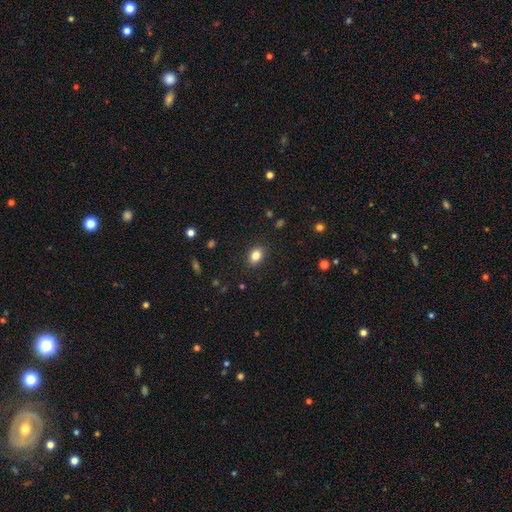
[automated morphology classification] Smooth or featured? smooth (84%)
How rounded? in between (66%)
Merging? none (88%)